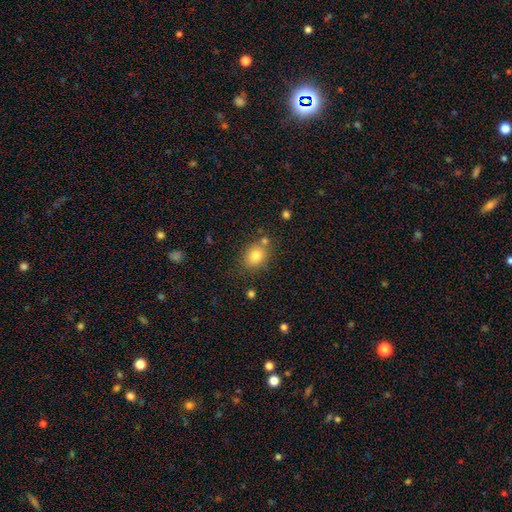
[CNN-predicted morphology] Smooth or featured?
  - smooth: 81% *
  - star or artifact: 11%
  - featured or disk: 8%
How rounded?
  - round: 50% *
  - in between: 49%
  - cigar-shaped: 1%
Merging?
  - none: 71% *
  - minor disturbance: 14%
  - merger: 11%
  - major disturbance: 4%